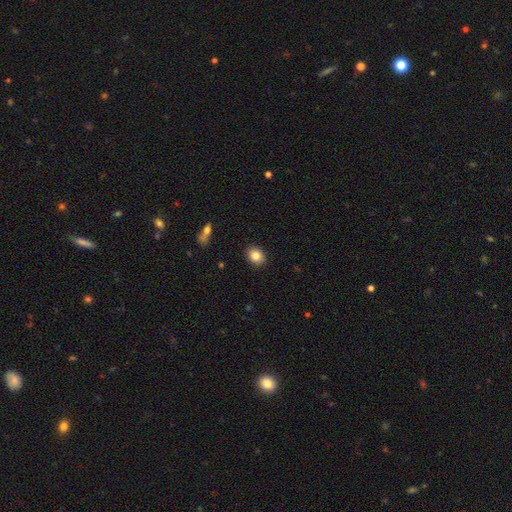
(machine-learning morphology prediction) A smooth galaxy with no disk features (84%) that is round (53%).

Vote fractions:
- Smooth or featured? smooth: 84% / star or artifact: 9% / featured or disk: 7%
- How rounded? round: 53% / in between: 46% / cigar-shaped: 1%
- Merging? none: 90% / minor disturbance: 7% / major disturbance: 2% / merger: 1%